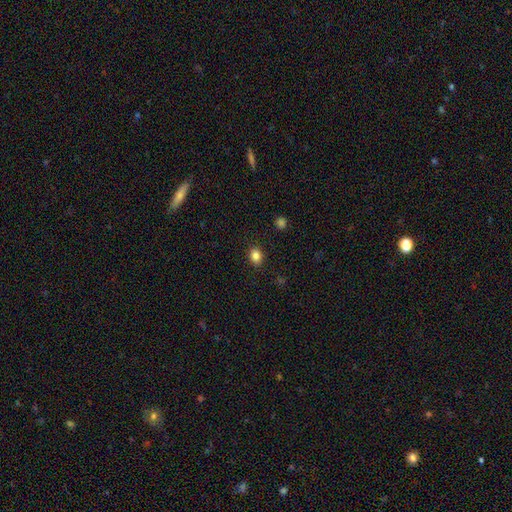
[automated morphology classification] Smooth or featured? smooth (85%)
How rounded? in between (52%)
Merging? none (89%)